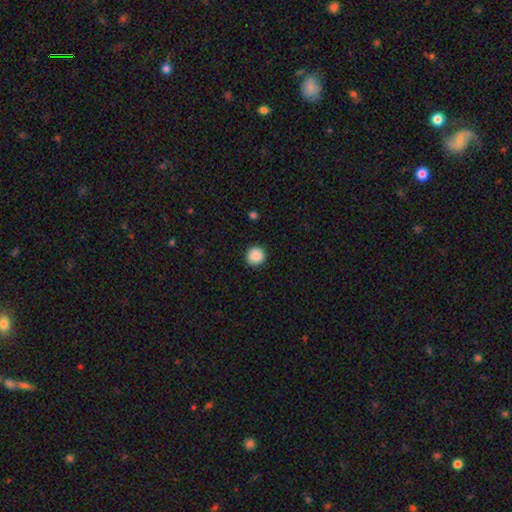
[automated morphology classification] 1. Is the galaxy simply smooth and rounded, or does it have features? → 89% smooth, 9% star or artifact, 3% featured or disk.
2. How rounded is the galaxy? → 95% round, 4% in between, 1% cigar-shaped.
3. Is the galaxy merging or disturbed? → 92% none, 5% minor disturbance, 2% major disturbance, 1% merger.